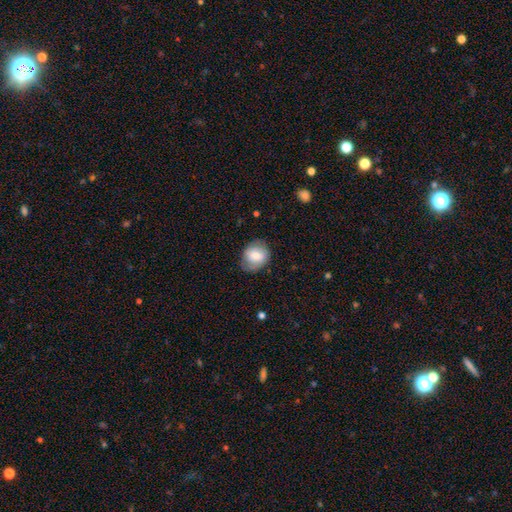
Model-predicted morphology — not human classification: This is likely a smooth galaxy (70%). How rounded: possibly round (54%). Merging: likely none (73%).